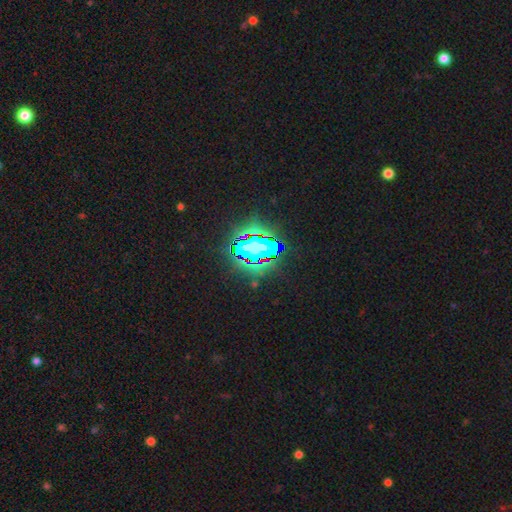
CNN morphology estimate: A star or artifact, not a galaxy (76%).